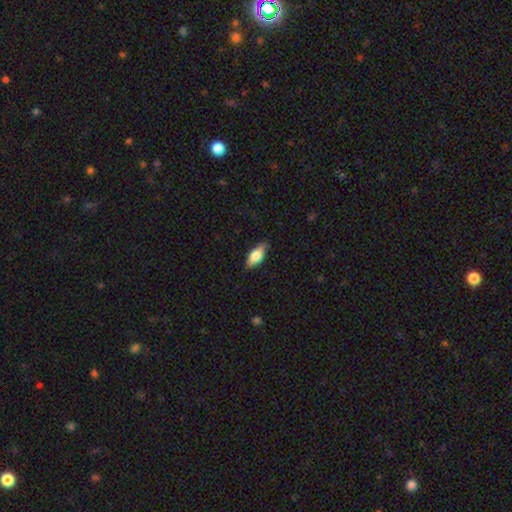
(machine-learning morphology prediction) Smooth or featured? Predicted: smooth (p=0.74). How rounded? Predicted: in between (p=0.81). Merging? Predicted: none (p=0.77).